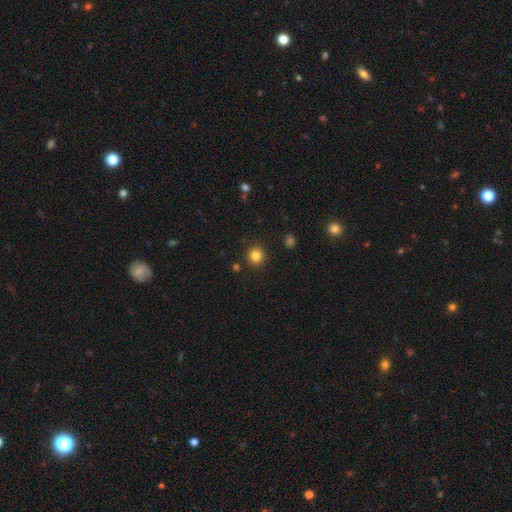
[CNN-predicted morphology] This is clearly a smooth galaxy (83%). How rounded: clearly round (92%). Merging: clearly none (90%).